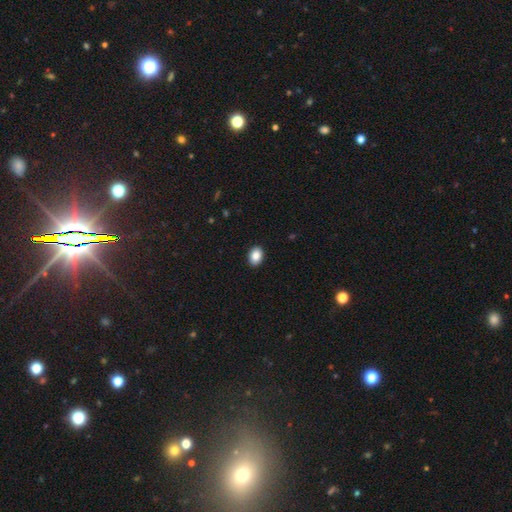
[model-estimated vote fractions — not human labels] This appears to be a smooth galaxy with no disk features (87%) that is in between round and cigar-shaped (74%). Merging: none (91%).